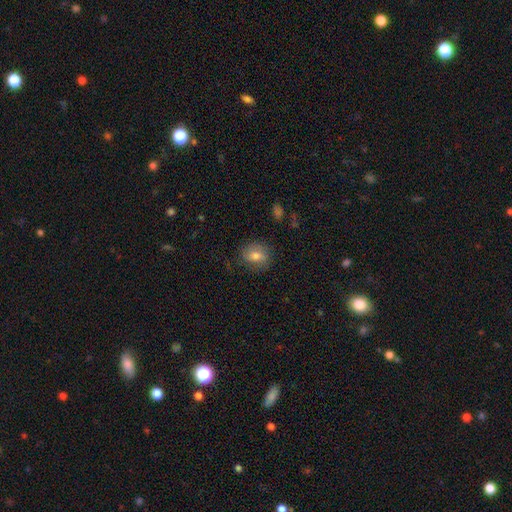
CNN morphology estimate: smooth 71%, featured or disk 19%, star or artifact 9%. Down the decision tree: how rounded — round (52%); merging — none (77%).